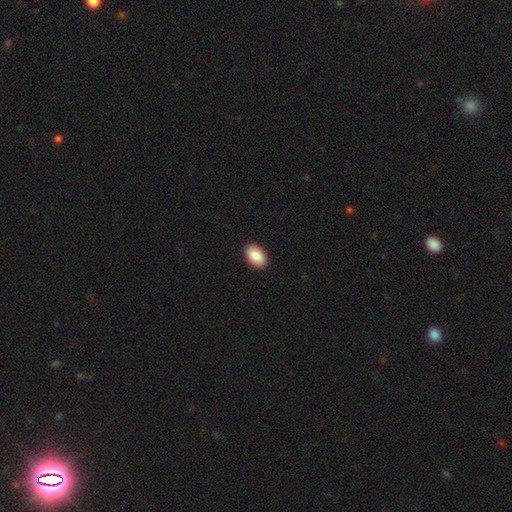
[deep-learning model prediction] Smooth or featured: smooth — 90% (star or artifact — 6%)
How rounded: in between — 93% (round — 6%)
Merging: none — 91% (minor disturbance — 7%)